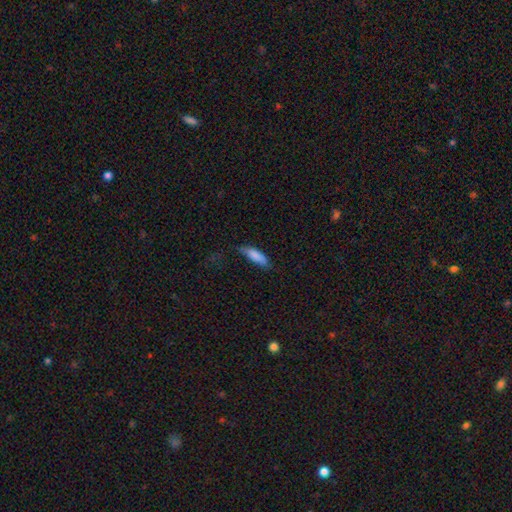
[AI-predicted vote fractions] Morphology: type=smooth (83%); roundness=in between (52%); merging=none (57%).